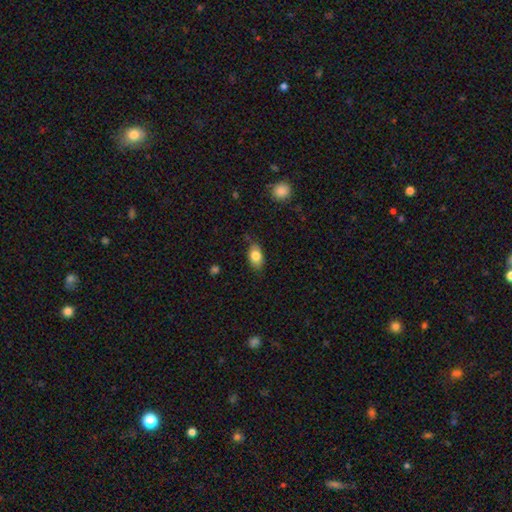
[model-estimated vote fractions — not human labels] Smooth or featured?
  - smooth: 81% *
  - featured or disk: 11%
  - star or artifact: 8%
How rounded?
  - in between: 87% *
  - round: 11%
  - cigar-shaped: 2%
Merging?
  - none: 79% *
  - minor disturbance: 16%
  - major disturbance: 3%
  - merger: 1%